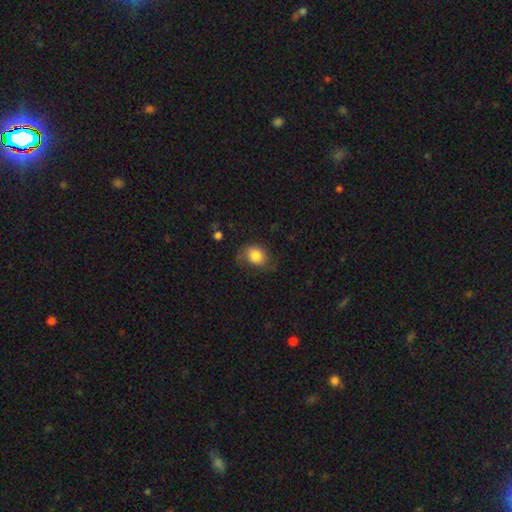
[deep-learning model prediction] Smooth or featured: smooth — 80% (featured or disk — 12%)
How rounded: in between — 56% (round — 43%)
Merging: none — 65% (minor disturbance — 25%)